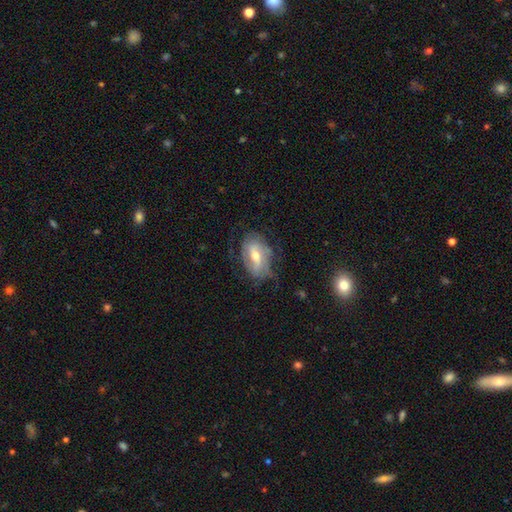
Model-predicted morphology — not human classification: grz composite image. It shows a featured or disk galaxy (65%) with a weak bar (43%), spiral arms (74%) and a moderate central bulge (65%). Merging: none (61%).